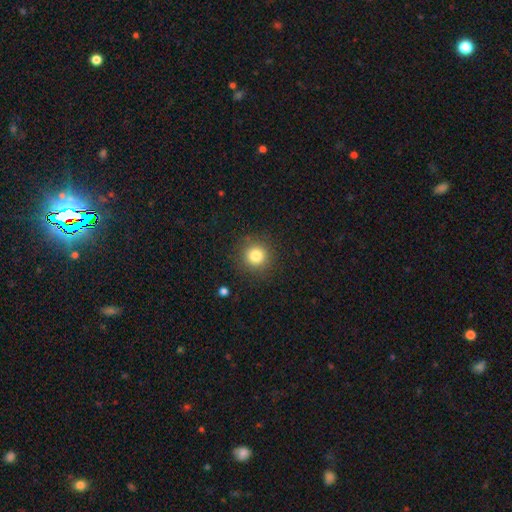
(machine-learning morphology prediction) Q: Smooth or featured?
A: smooth (82%); runner-up: star or artifact (12%)
Q: How rounded?
A: round (94%); runner-up: in between (5%)
Q: Merging?
A: none (89%); runner-up: minor disturbance (7%)